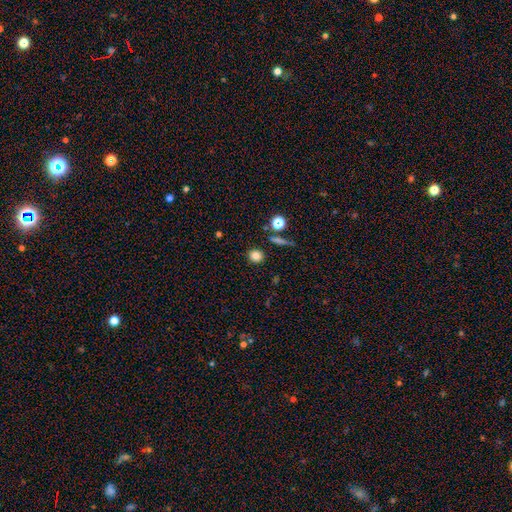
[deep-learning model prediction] Morphology: type=smooth (80%); roundness=round (88%); merging=none (88%).